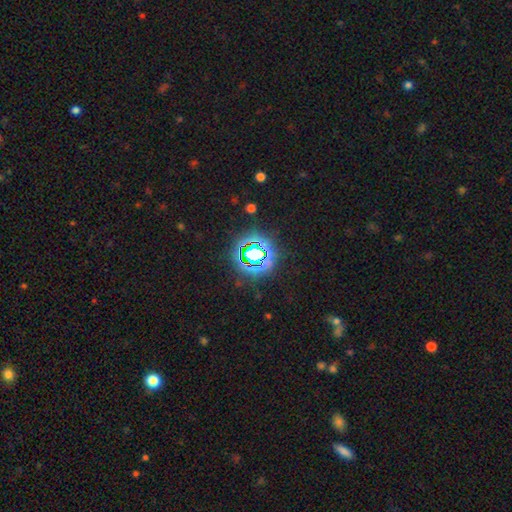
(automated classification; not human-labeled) The model was most divided on "smooth or featured": star or artifact: 71%, smooth: 19%, featured or disk: 10%.